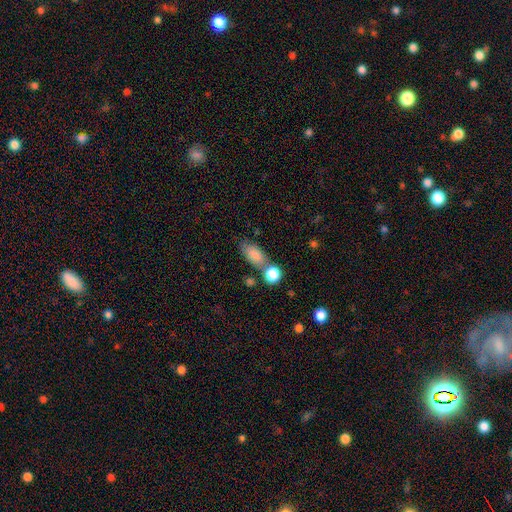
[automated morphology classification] This is clearly a smooth galaxy (83%). How rounded: clearly in between (88%). Merging: possibly none (51%).